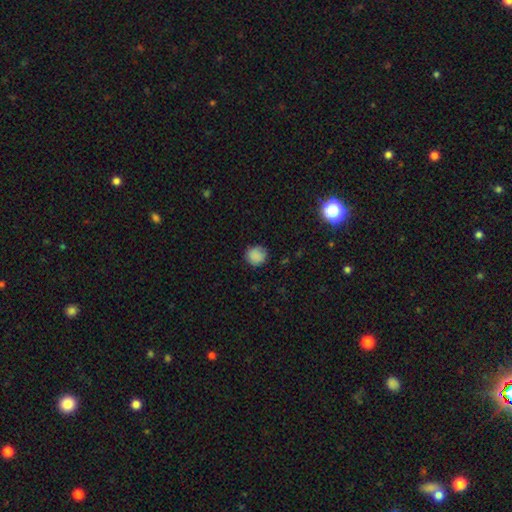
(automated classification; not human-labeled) smooth-or-featured: smooth: 85% | star or artifact: 10% | featured or disk: 6%
  how-rounded: round: 88% | in between: 11% | cigar-shaped: 1%
  merging: none: 82% | minor disturbance: 14% | major disturbance: 3% | merger: 1%